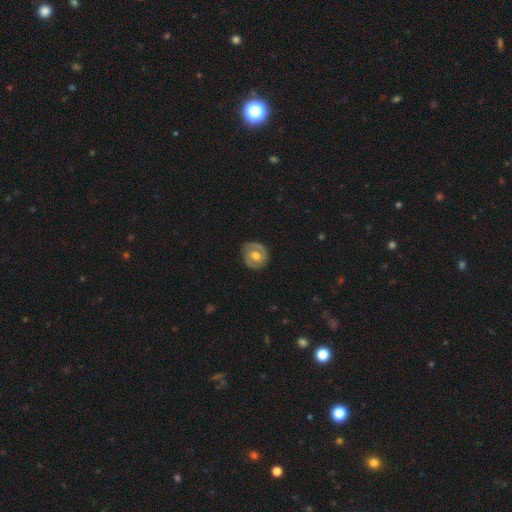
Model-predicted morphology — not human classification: This appears to be a featured or disk galaxy (67%) with no bar (51%), spiral arms (76%) and a moderate central bulge (73%). Merging: none (79%).